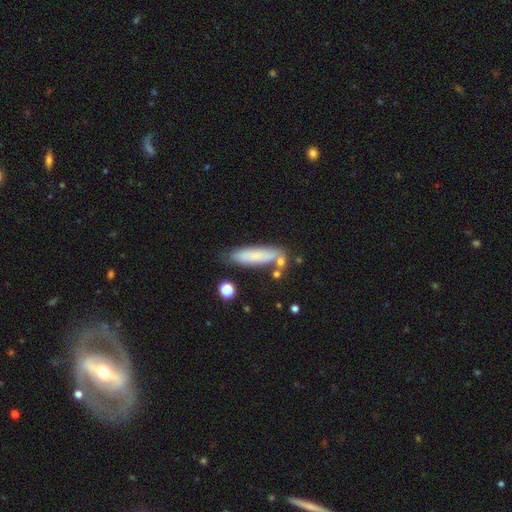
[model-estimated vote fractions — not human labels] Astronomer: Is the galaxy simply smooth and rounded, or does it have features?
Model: smooth — 71%.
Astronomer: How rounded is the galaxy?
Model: cigar-shaped — 73%.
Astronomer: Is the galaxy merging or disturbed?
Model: none — 67%.